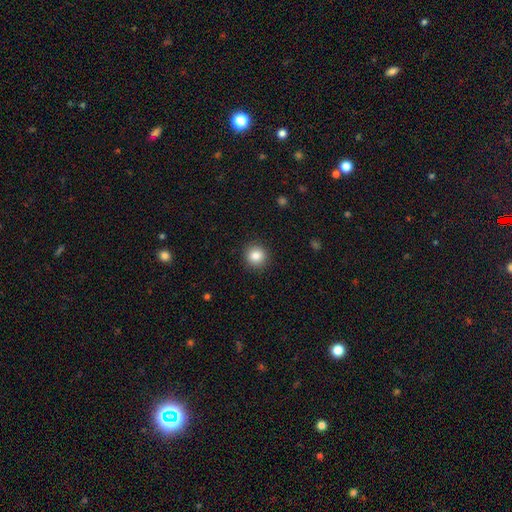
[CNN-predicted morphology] A smooth galaxy with no disk features (85%) that is round (92%).

Vote fractions:
- Smooth or featured? smooth: 85% / star or artifact: 10% / featured or disk: 5%
- How rounded? round: 92% / in between: 7% / cigar-shaped: 1%
- Merging? none: 91% / minor disturbance: 6% / major disturbance: 2% / merger: 1%